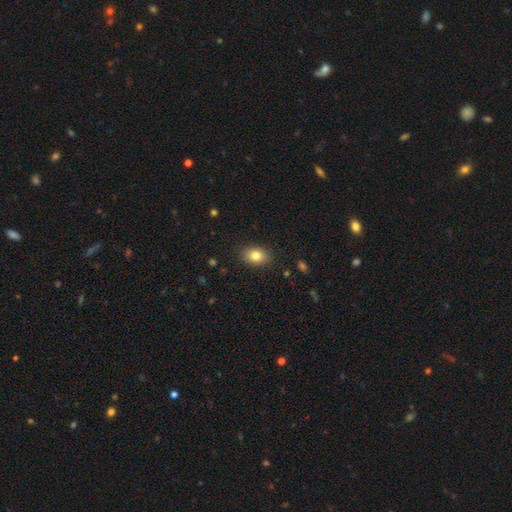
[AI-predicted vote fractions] smooth_or_featured: smooth (p=0.83) [alt: star or artifact p=0.09]
how_rounded: in between (p=0.79) [alt: round p=0.19]
merging: none (p=0.87) [alt: minor disturbance p=0.10]